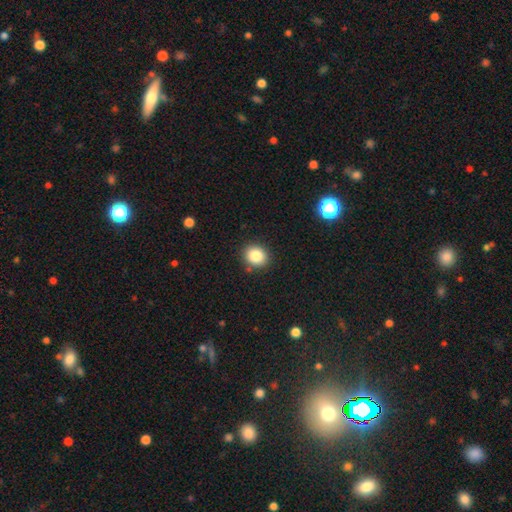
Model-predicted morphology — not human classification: Q: Smooth or featured?
A: smooth (84%); runner-up: star or artifact (10%)
Q: How rounded?
A: round (74%); runner-up: in between (25%)
Q: Merging?
A: none (88%); runner-up: minor disturbance (8%)